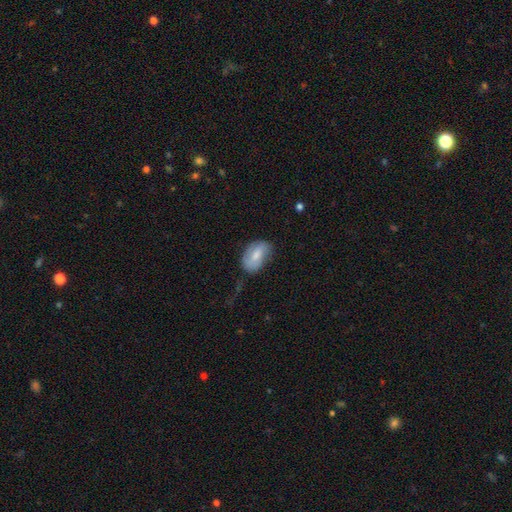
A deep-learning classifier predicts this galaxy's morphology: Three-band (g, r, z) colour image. It shows a smooth galaxy with no disk features (68%) that is in between round and cigar-shaped (90%). Merging: none (59%).